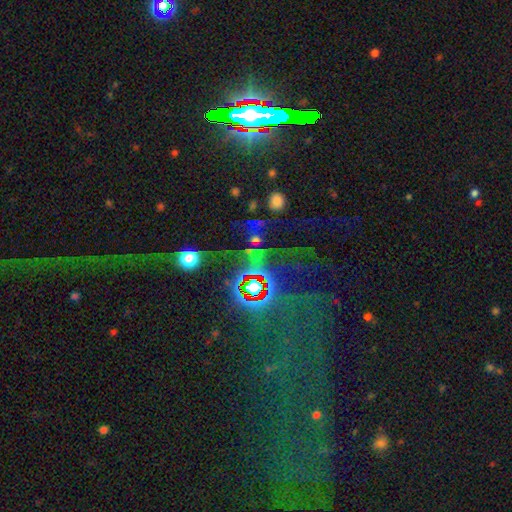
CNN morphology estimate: This appears to be a star or artifact, not a galaxy (68%).